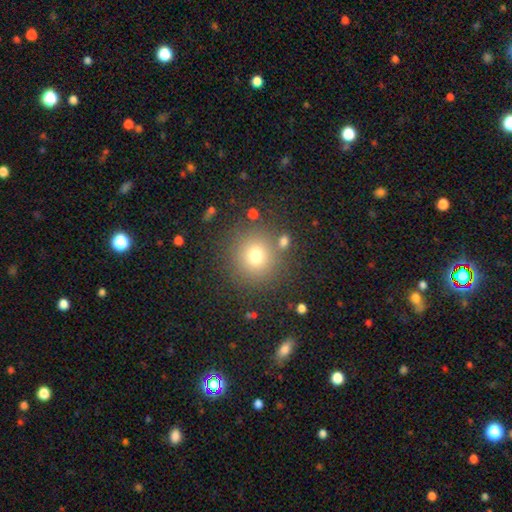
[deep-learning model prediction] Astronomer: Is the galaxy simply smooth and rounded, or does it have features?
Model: smooth — 74%.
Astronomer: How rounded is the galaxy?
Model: round — 93%.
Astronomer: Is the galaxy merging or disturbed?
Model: none — 83%.